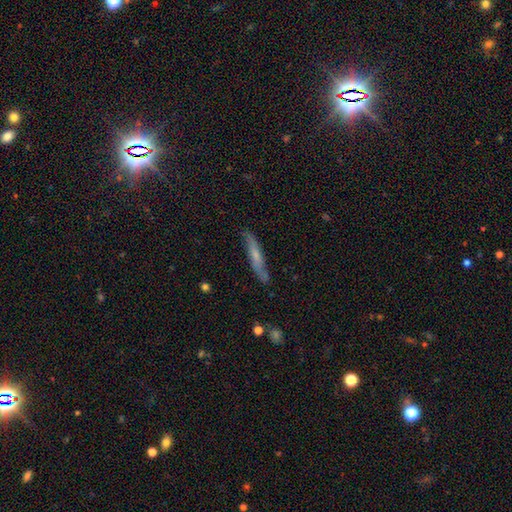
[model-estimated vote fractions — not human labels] Smooth or featured?
  - featured or disk: 50% *
  - smooth: 44%
  - star or artifact: 6%
Merging?
  - none: 78% *
  - minor disturbance: 17%
  - major disturbance: 3%
  - merger: 2%